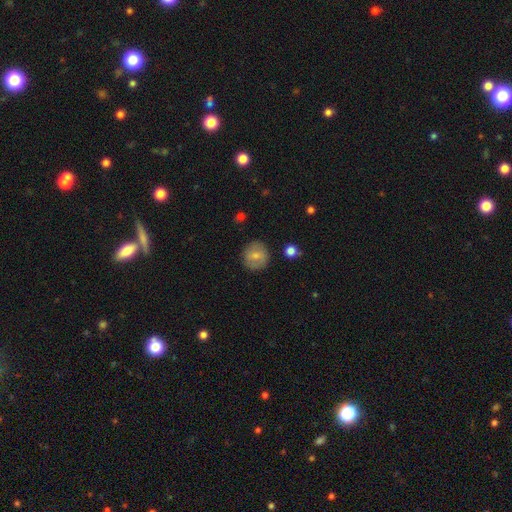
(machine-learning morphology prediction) Smooth or featured? smooth (72%)
How rounded? round (88%)
Merging? none (86%)